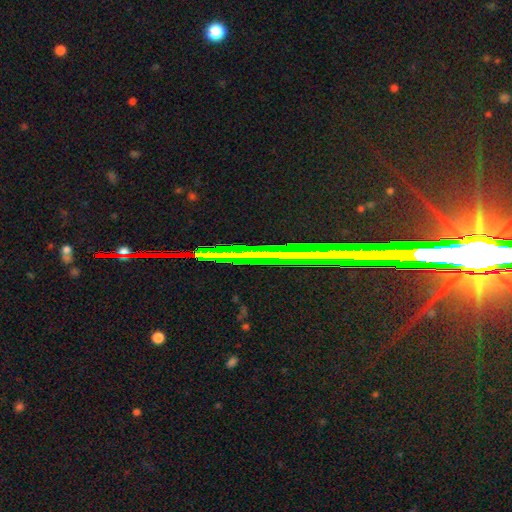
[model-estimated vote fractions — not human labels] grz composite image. It shows a star or artifact, not a galaxy (74%).